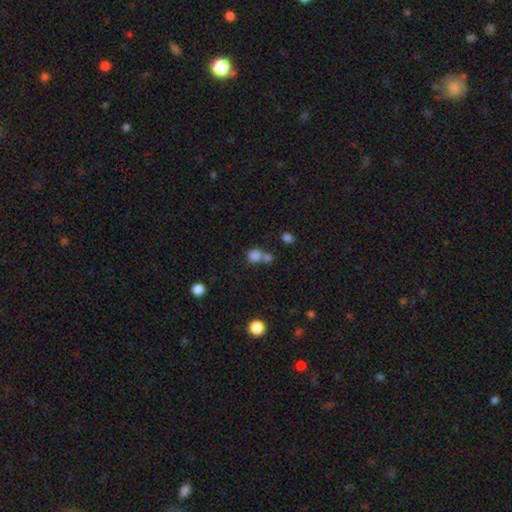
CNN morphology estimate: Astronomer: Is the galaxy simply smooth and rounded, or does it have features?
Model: smooth — 79%.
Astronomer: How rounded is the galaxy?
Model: round — 82%.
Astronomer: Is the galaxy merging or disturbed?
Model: merger — 48% (runner-up: none, 41%).